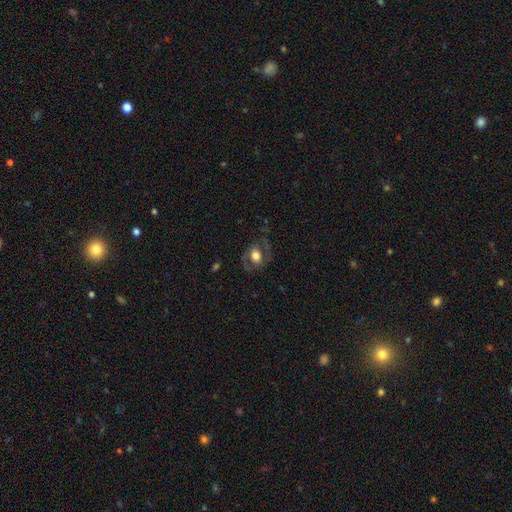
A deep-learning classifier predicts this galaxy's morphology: The model was most divided on "smooth or featured": smooth: 49%, featured or disk: 43%, star or artifact: 8%. More confident: merging — none (62%).